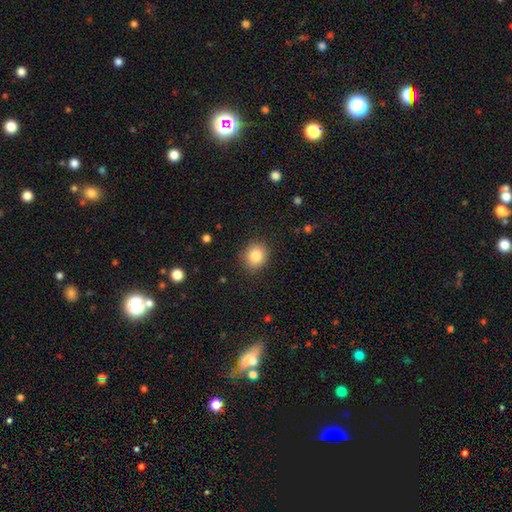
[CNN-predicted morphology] smooth 85%, star or artifact 9%, featured or disk 6%. Down the decision tree: how rounded — round (73%); merging — none (87%).